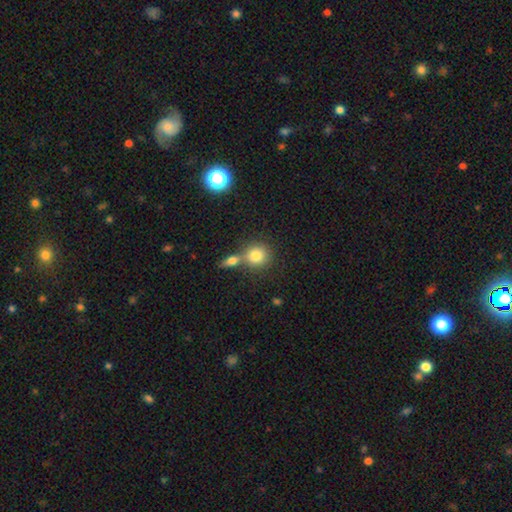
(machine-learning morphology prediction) type=smooth (80%); roundness=round (84%); merging=none (52%).